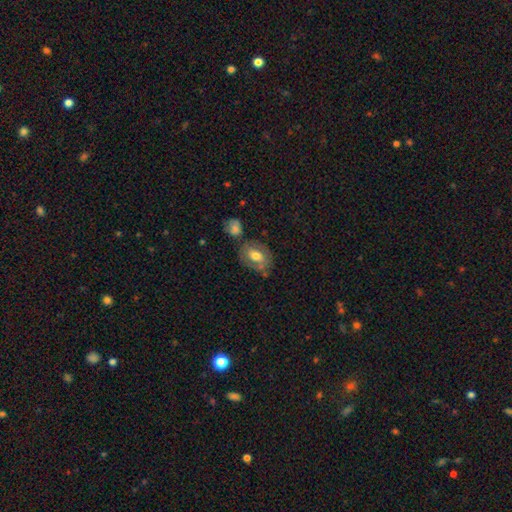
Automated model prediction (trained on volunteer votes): A smooth galaxy with no disk features (54%) that is in between round and cigar-shaped (70%).

Vote fractions:
- Smooth or featured? smooth: 54% / featured or disk: 38% / star or artifact: 7%
- How rounded? in between: 70% / round: 29% / cigar-shaped: 1%
- Merging? none: 60% / minor disturbance: 19% / merger: 14% / major disturbance: 7%